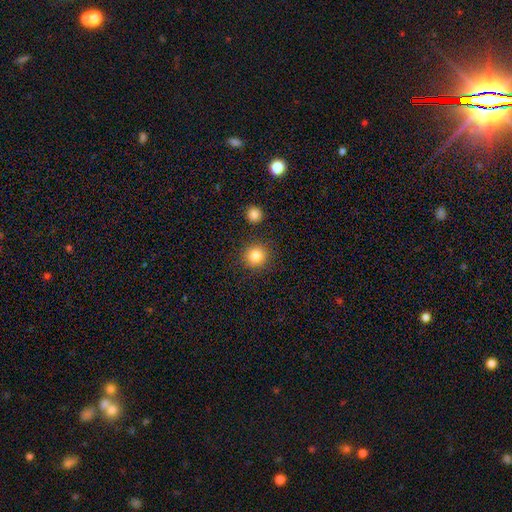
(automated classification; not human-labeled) smooth-or-featured: smooth: 85% | star or artifact: 10% | featured or disk: 5%
  how-rounded: round: 92% | in between: 7% | cigar-shaped: 1%
  merging: none: 88% | minor disturbance: 7% | merger: 3% | major disturbance: 3%